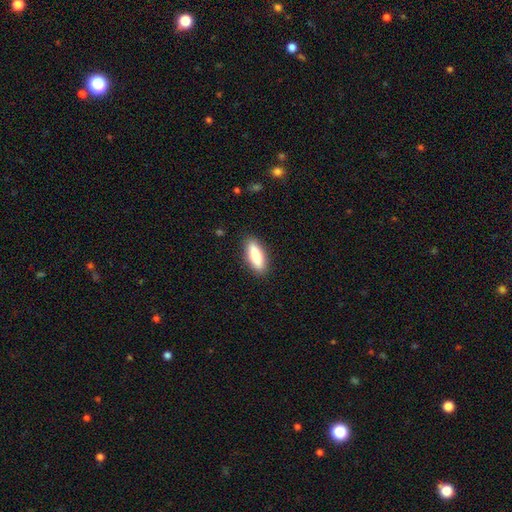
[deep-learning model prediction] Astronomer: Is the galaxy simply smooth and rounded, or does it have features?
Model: smooth — 77%.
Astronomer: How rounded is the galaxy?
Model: in between — 54% (runner-up: cigar-shaped, 44%).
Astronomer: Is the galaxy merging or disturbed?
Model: none — 88%.